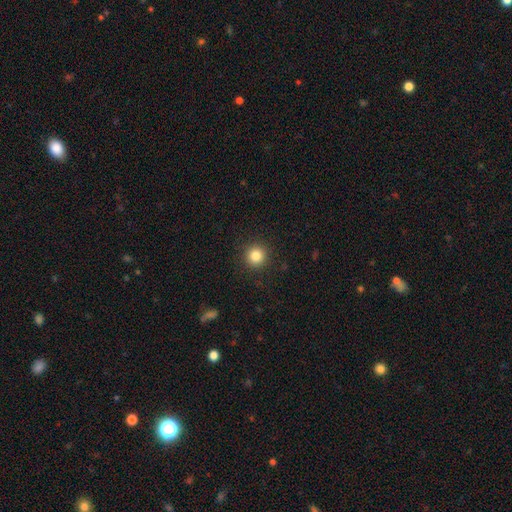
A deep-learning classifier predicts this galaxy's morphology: A smooth galaxy with no disk features (84%) that is round (94%).

Vote fractions:
- Smooth or featured? smooth: 84% / star or artifact: 11% / featured or disk: 5%
- How rounded? round: 94% / in between: 5% / cigar-shaped: 1%
- Merging? none: 92% / minor disturbance: 5% / major disturbance: 2% / merger: 1%